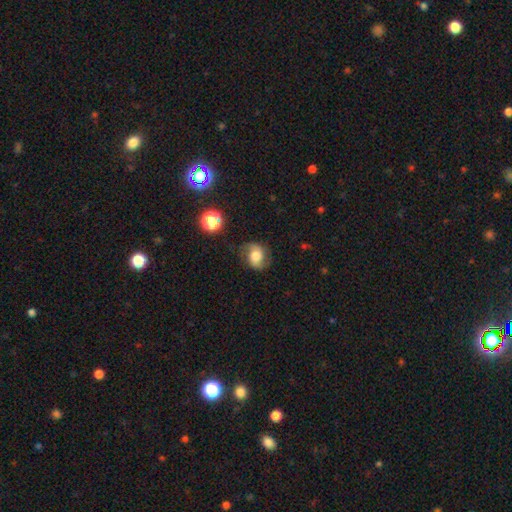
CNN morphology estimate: featured or disk 54%, smooth 35%, star or artifact 11%. Down the decision tree: edge-on disk — no (97%); bar — no (58%); spiral arms — yes (90%); bulge size — moderate (40%); merging — none (70%).